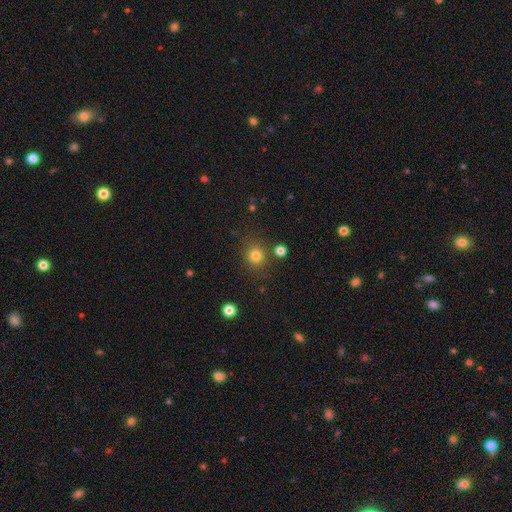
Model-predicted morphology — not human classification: smooth-or-featured: smooth: 80% | star or artifact: 14% | featured or disk: 6%
  how-rounded: round: 84% | in between: 16% | cigar-shaped: 1%
  merging: none: 80% | minor disturbance: 10% | merger: 6% | major disturbance: 4%